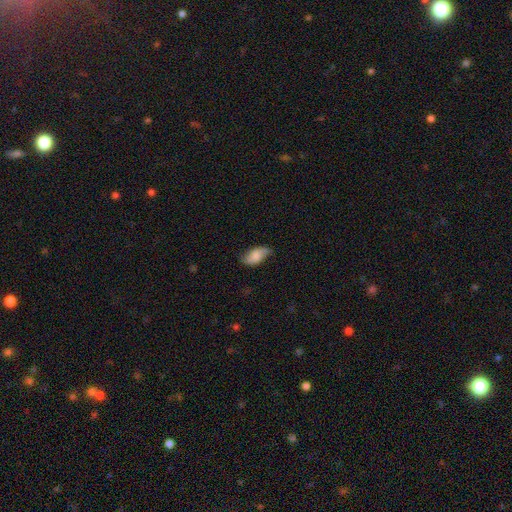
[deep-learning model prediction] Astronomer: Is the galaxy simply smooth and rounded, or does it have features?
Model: smooth — 73%.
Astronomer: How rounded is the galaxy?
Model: in between — 92%.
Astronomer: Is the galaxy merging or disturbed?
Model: none — 61%.